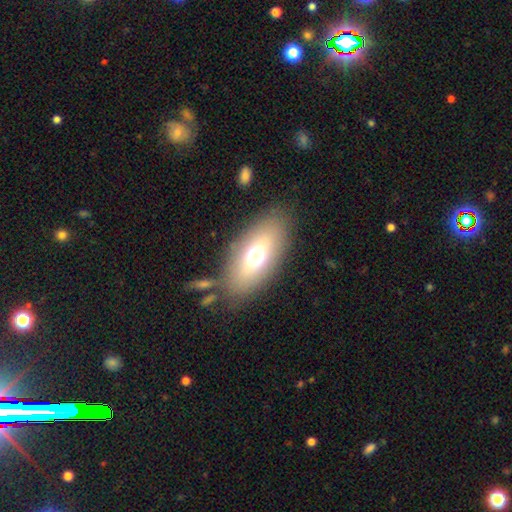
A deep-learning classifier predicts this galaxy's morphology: Smooth or featured? smooth (66%)
How rounded? in between (85%)
Merging? none (77%)